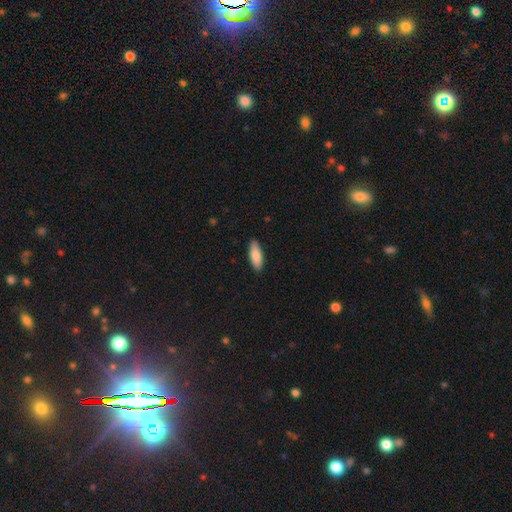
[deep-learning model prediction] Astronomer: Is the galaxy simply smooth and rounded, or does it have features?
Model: smooth — 86%.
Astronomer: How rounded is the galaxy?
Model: in between — 62%.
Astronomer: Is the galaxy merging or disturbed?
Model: none — 89%.